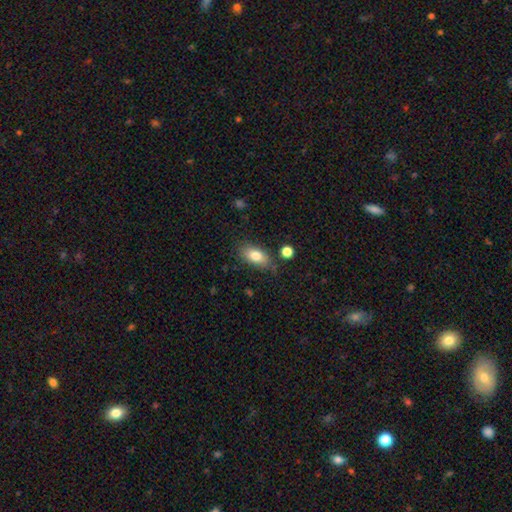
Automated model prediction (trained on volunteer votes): A smooth galaxy with no disk features (81%) that is in between round and cigar-shaped (88%). Merging: none (75%).